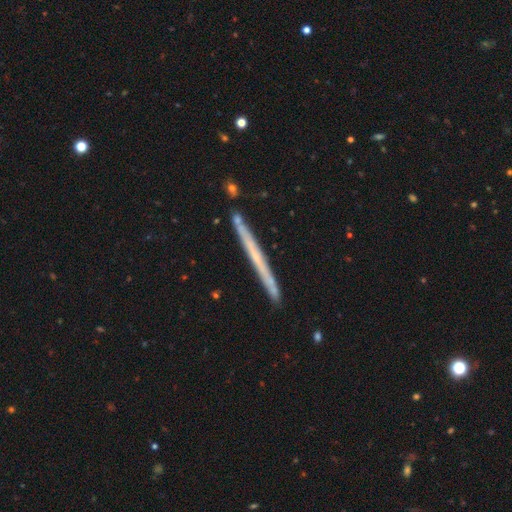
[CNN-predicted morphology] smooth-or-featured: featured or disk: 57% | smooth: 37% | star or artifact: 6%
  disk-edge-on: yes: 97% | no: 3%
    edge-on-bulge: none: 86% | rounded: 10% | boxy: 3%
  merging: none: 89% | minor disturbance: 7% | merger: 2% | major disturbance: 1%